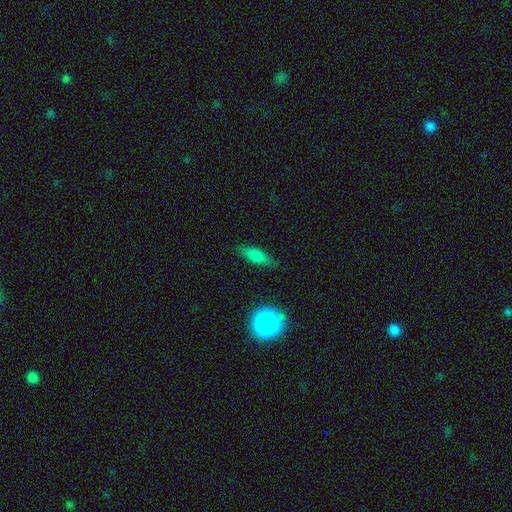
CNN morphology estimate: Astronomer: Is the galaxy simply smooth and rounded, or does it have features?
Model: smooth — 72%.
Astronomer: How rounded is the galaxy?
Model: in between — 53% (runner-up: cigar-shaped, 43%).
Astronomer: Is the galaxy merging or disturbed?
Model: none — 81%.